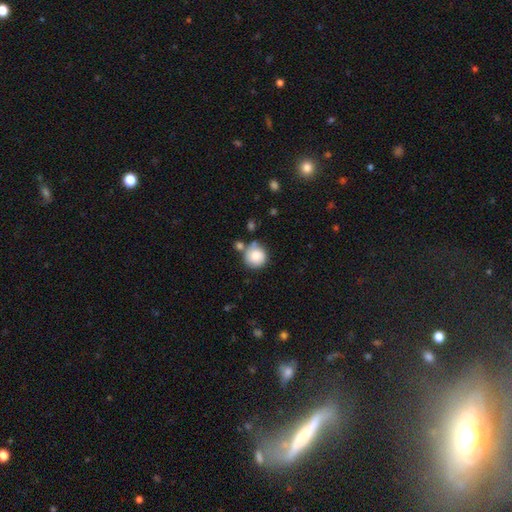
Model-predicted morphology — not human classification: This appears to be a smooth galaxy with no disk features (83%) that is round (93%). Merging: none (65%).